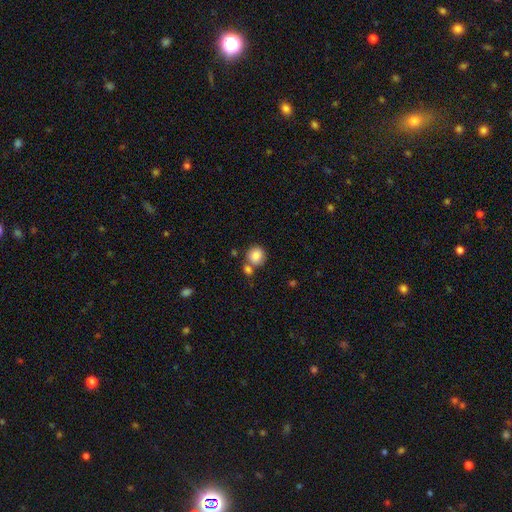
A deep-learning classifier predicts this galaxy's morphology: type=smooth (85%); roundness=round (86%); merging=none (58%).